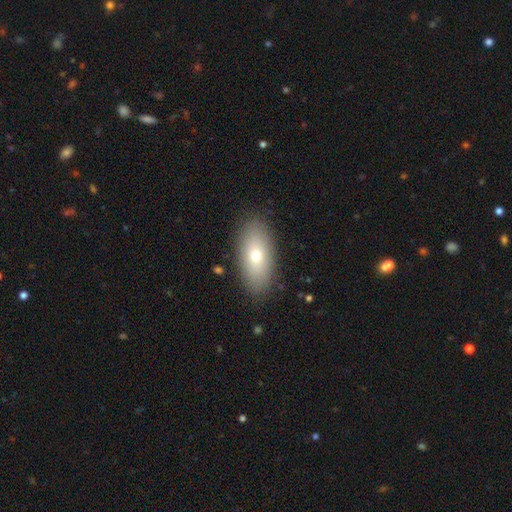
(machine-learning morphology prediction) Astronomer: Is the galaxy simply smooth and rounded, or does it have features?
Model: smooth — 68%.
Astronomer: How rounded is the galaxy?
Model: in between — 86%.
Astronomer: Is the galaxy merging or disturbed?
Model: none — 88%.